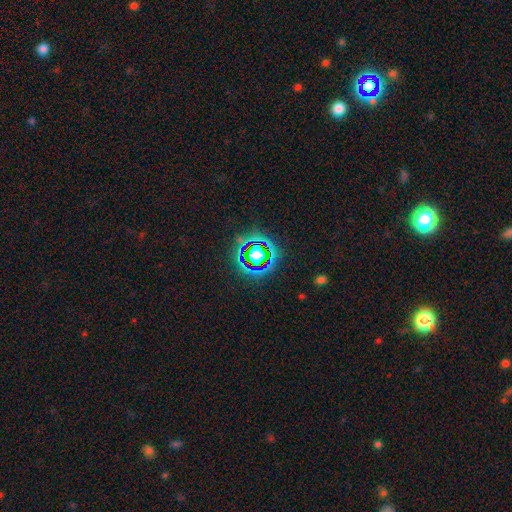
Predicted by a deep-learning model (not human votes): The model was most divided on "smooth or featured": star or artifact: 78%, smooth: 13%, featured or disk: 9%.